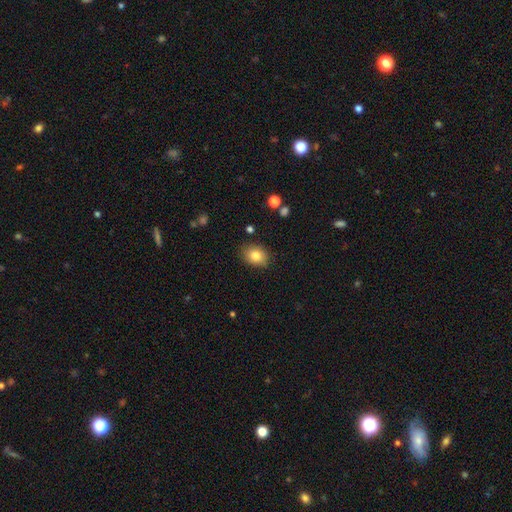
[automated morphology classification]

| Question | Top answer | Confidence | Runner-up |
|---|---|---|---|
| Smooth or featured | smooth | 81% | star or artifact (10%) |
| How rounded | in between | 59% | round (40%) |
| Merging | none | 84% | minor disturbance (12%) |